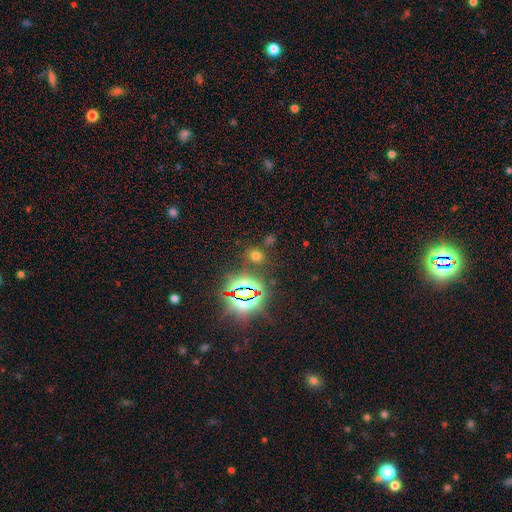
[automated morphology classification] Q: Smooth or featured?
A: smooth (50%); runner-up: star or artifact (44%)
Q: Merging?
A: none (80%); runner-up: minor disturbance (9%)